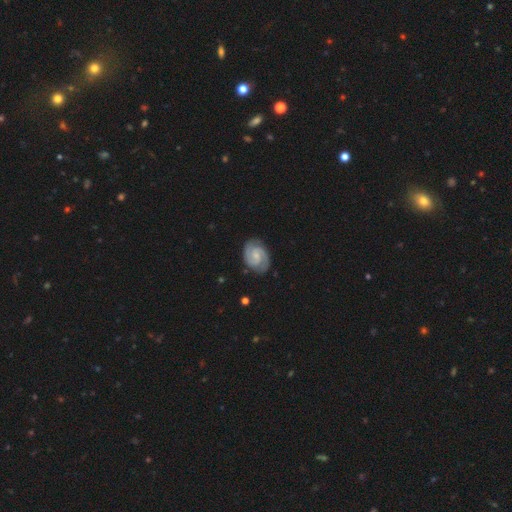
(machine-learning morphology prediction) Overall: featured or disk (84%). Edge-on disk: no (98%). Bar: no (47%; weak 45%). Spiral arms: yes (97%). Spiral arm count: 2 (90%). Spiral winding: tight (48%; medium 44%). Bulge size: small (55%; moderate 28%). Merging: none (83%).